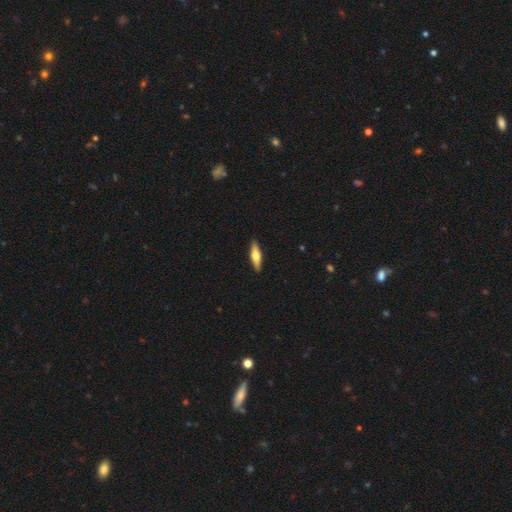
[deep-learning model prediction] A smooth galaxy with no disk features (53%) that is cigar-shaped (62%). Merging: none (90%).